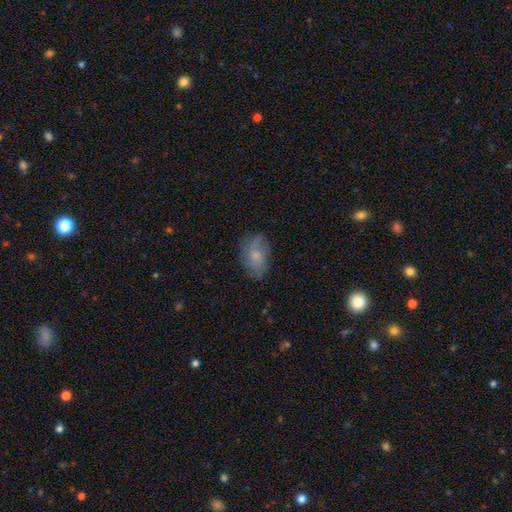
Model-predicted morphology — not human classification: type=smooth (47%); merging=none (71%).